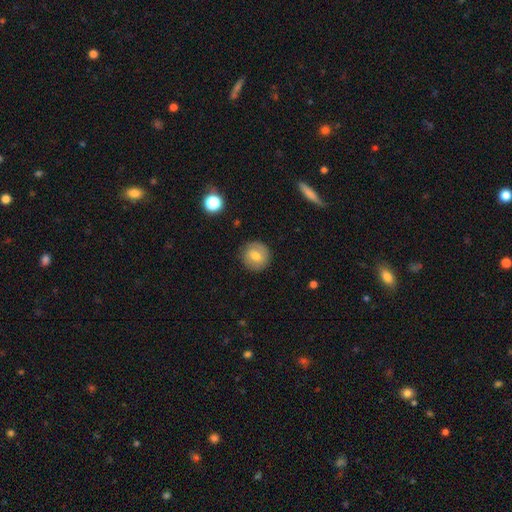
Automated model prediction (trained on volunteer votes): Q: Smooth or featured?
A: smooth (73%); runner-up: featured or disk (18%)
Q: How rounded?
A: round (92%); runner-up: in between (7%)
Q: Merging?
A: none (88%); runner-up: minor disturbance (8%)